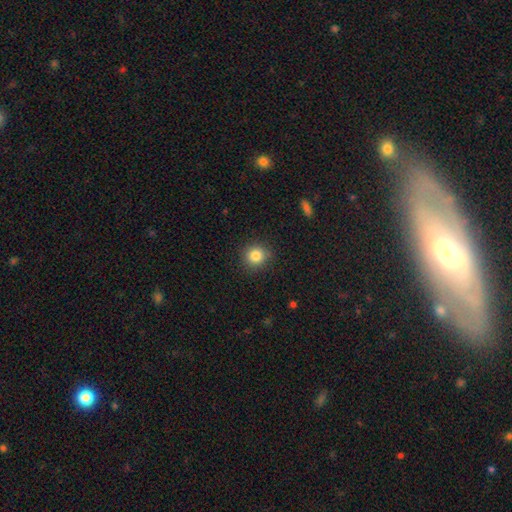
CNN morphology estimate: Smooth or featured? Predicted: smooth (p=0.84). How rounded? Predicted: round (p=0.89). Merging? Predicted: none (p=0.89).